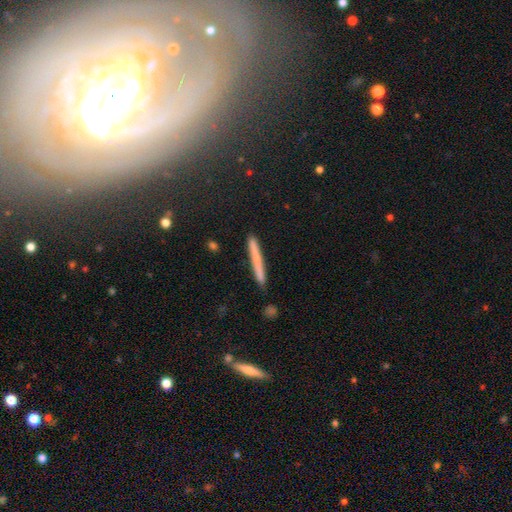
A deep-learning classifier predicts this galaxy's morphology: This appears to be a smooth galaxy with no disk features (69%) that is cigar-shaped (97%). Merging: none (89%).